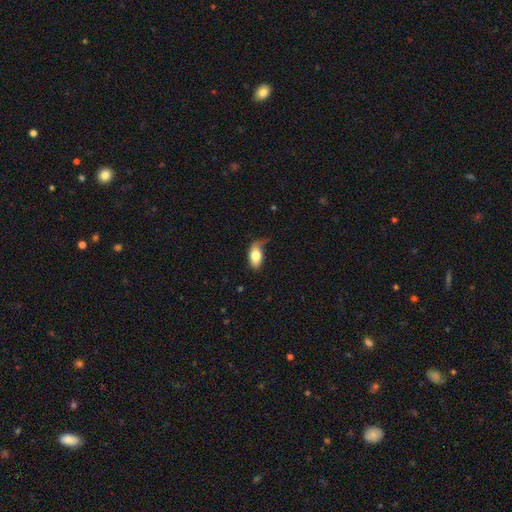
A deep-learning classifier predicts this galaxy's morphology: A smooth galaxy with no disk features (78%) that is in between round and cigar-shaped (91%). Merging: none (45%).